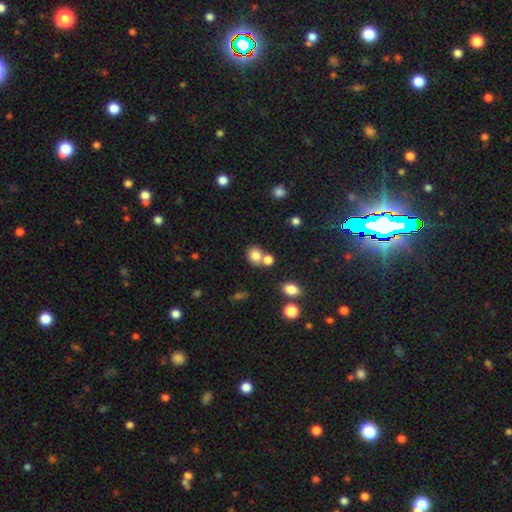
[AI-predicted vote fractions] Smooth or featured? Predicted: smooth (p=0.80). How rounded? Predicted: round (p=0.73). Merging? Predicted: none (p=0.53).